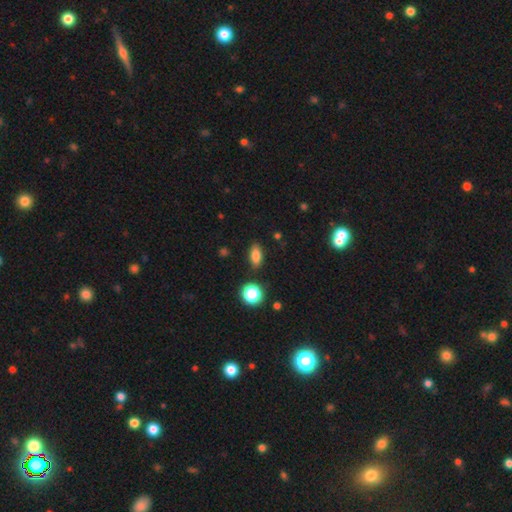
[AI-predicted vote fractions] Overall: smooth (82%). How rounded: in between (81%). Merging: none (86%).